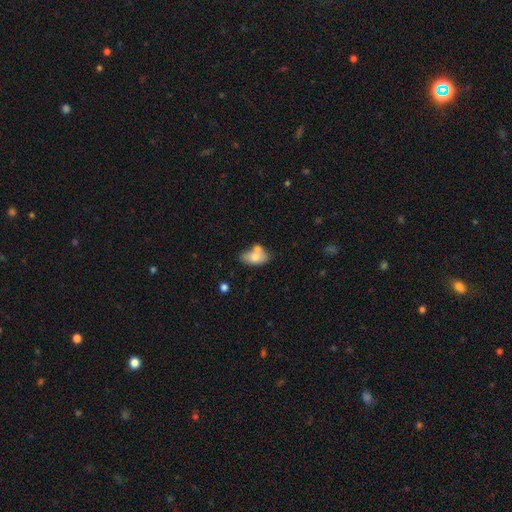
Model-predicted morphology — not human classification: This is likely a smooth galaxy (71%). How rounded: clearly in between (88%). Merging: marginally none (43%).